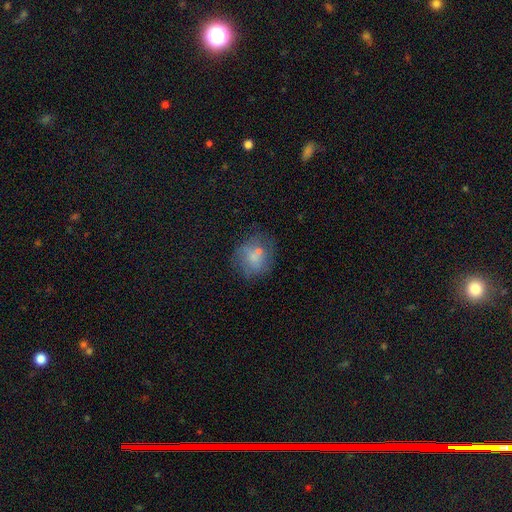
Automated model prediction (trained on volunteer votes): Smooth or featured? smooth (57%)
How rounded? round (71%)
Merging? none (63%)